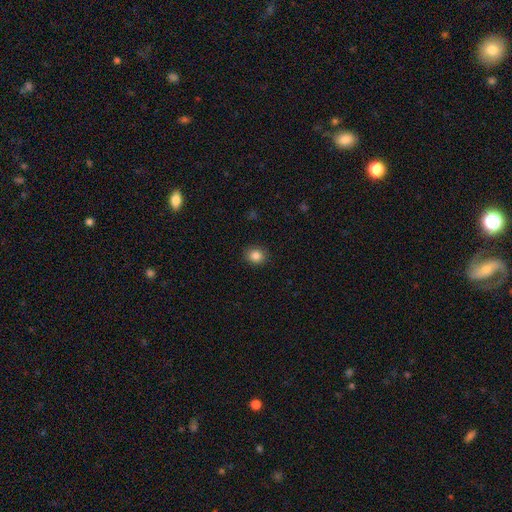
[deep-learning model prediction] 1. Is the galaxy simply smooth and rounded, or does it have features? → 85% smooth, 11% star or artifact, 5% featured or disk.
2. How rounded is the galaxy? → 74% round, 25% in between, 1% cigar-shaped.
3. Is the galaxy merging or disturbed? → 90% none, 7% minor disturbance, 2% major disturbance, 1% merger.